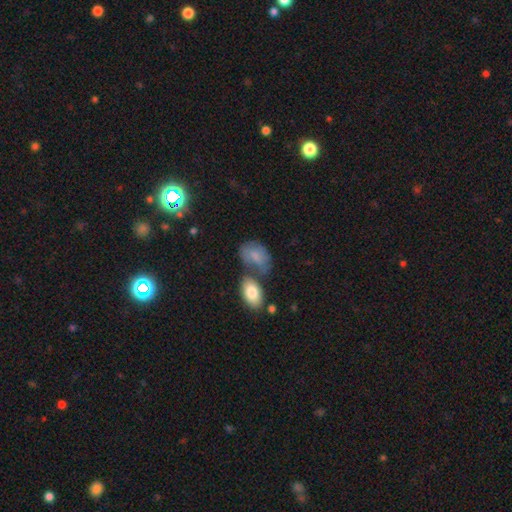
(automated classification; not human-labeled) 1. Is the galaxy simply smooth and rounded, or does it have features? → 73% smooth, 19% featured or disk, 8% star or artifact.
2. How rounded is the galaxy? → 86% in between, 13% round, 2% cigar-shaped.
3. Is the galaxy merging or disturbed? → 38% none, 31% merger, 22% minor disturbance, 10% major disturbance.